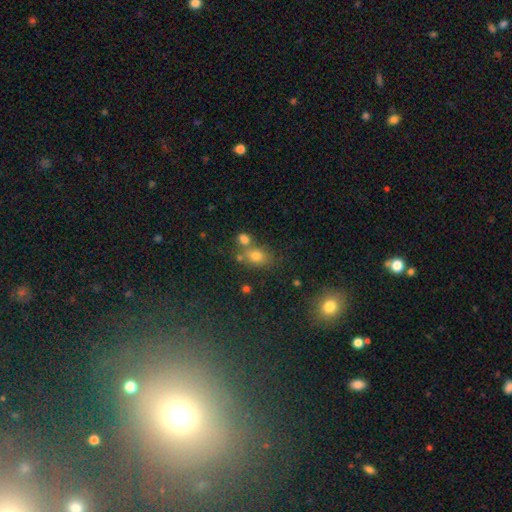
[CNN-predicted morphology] smooth 69%, star or artifact 19%, featured or disk 12%. Down the decision tree: how rounded — in between (59%); merging — none (56%).